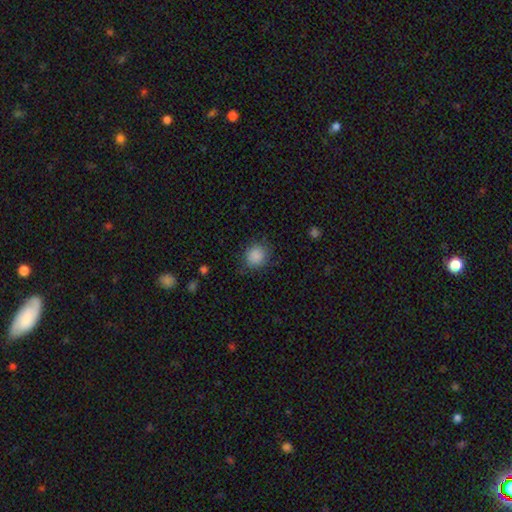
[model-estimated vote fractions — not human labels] This is clearly a smooth galaxy (88%). How rounded: clearly round (81%). Merging: clearly none (82%).